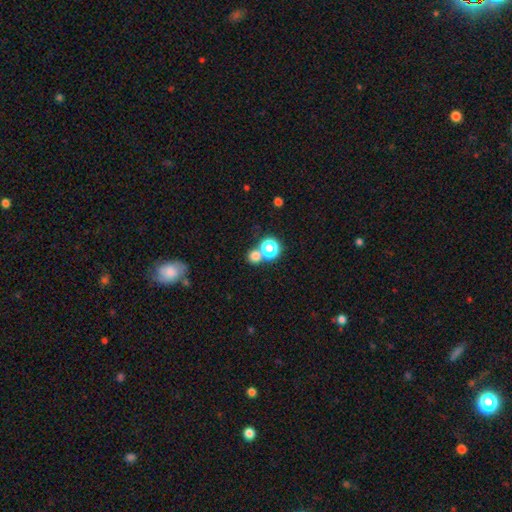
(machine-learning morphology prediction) smooth 72%, star or artifact 20%, featured or disk 8%. Down the decision tree: how rounded — round (87%); merging — none (57%).